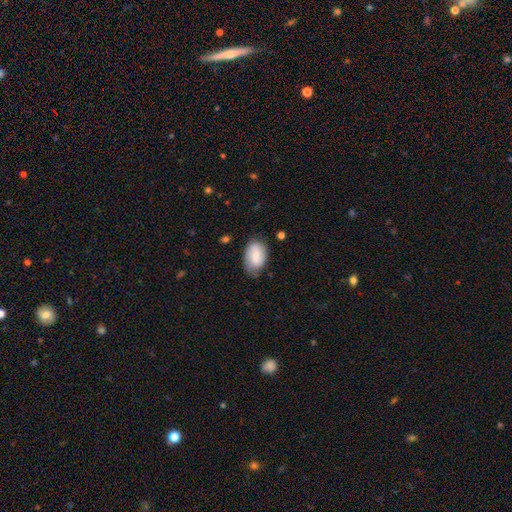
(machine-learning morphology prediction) smooth-or-featured: smooth: 75% | featured or disk: 18% | star or artifact: 7%
  how-rounded: in between: 89% | round: 9% | cigar-shaped: 1%
  merging: none: 64% | minor disturbance: 28% | major disturbance: 6% | merger: 2%